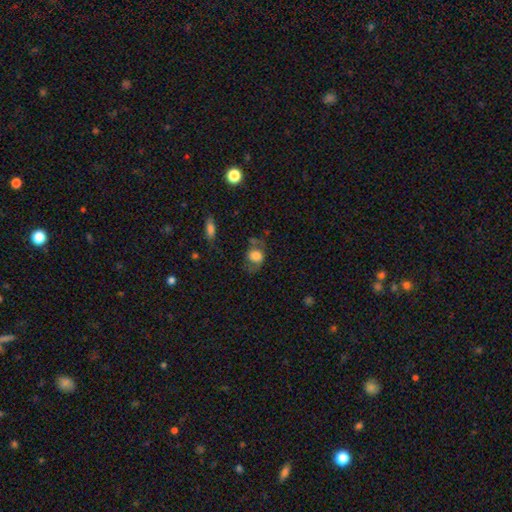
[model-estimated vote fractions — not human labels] Morphology: type=smooth (65%); roundness=in between (52%); merging=none (50%).